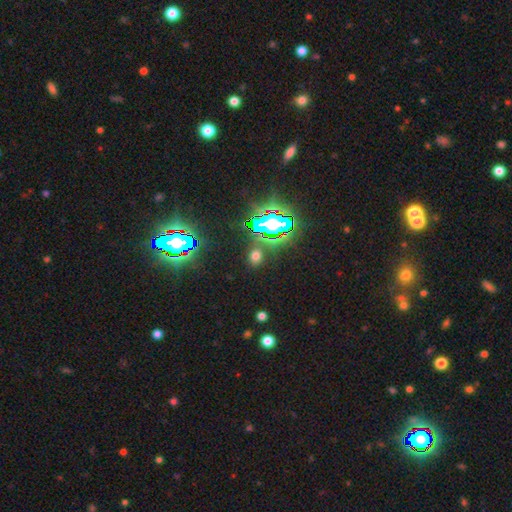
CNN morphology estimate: A smooth galaxy with no disk features (49%). Merging: none (84%).